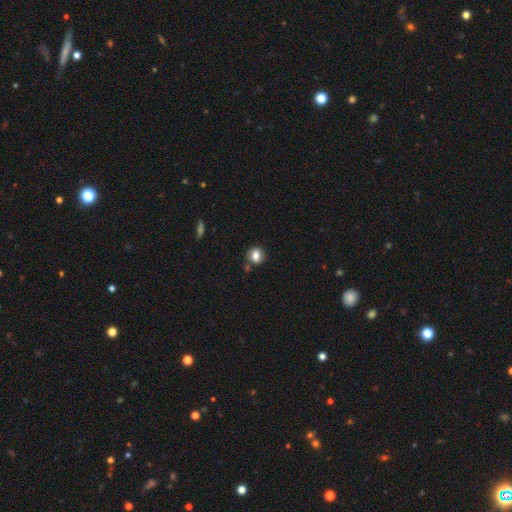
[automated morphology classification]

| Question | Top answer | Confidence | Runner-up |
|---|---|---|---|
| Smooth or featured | smooth | 78% | featured or disk (12%) |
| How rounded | round | 66% | in between (33%) |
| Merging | none | 74% | minor disturbance (14%) |